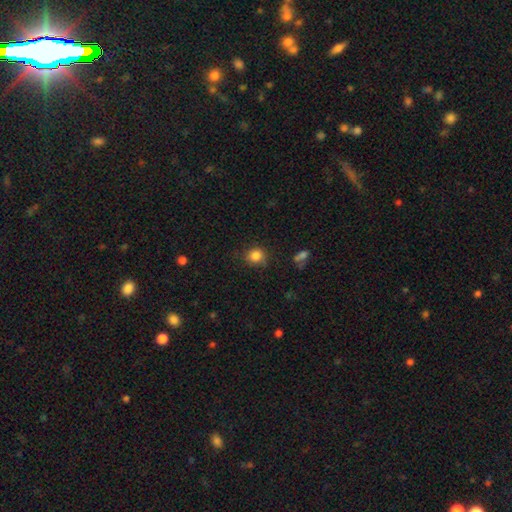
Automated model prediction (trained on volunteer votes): Smooth or featured? Predicted: smooth (p=0.84). How rounded? Predicted: round (p=0.82). Merging? Predicted: none (p=0.76).